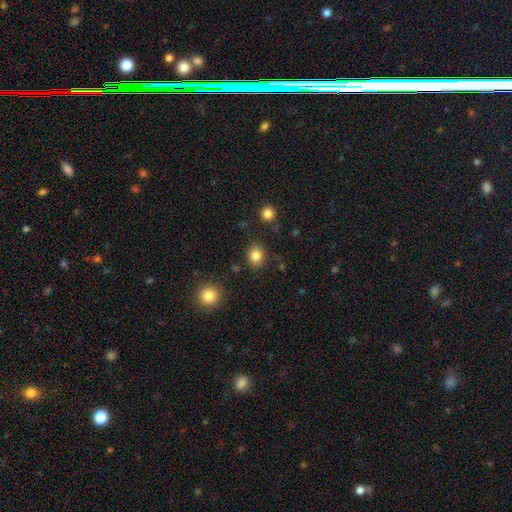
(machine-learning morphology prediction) The model was most divided on "how rounded": round: 61%, in between: 38%, cigar-shaped: 1%. More confident: merging — none (84%); smooth or featured — smooth (84%).